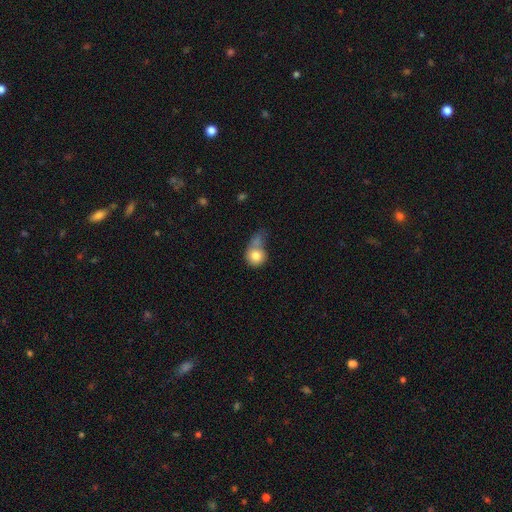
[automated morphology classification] type=smooth (78%); roundness=round (76%); merging=merger (30%).